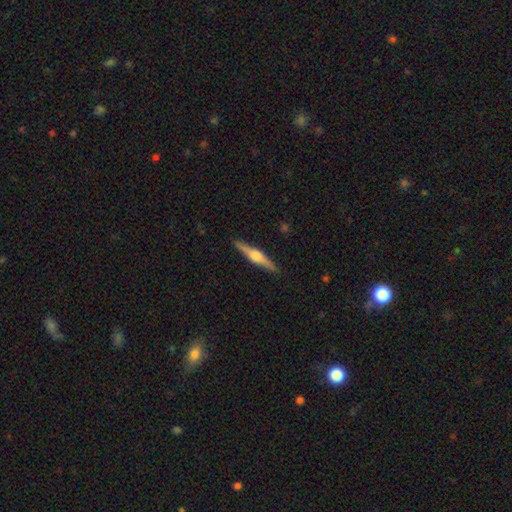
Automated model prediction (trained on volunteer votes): This is likely a featured or disk galaxy (71%). It is clearly viewed edge-on (98%). Edge-on bulge: clearly rounded (87%). Merging: clearly none (91%).